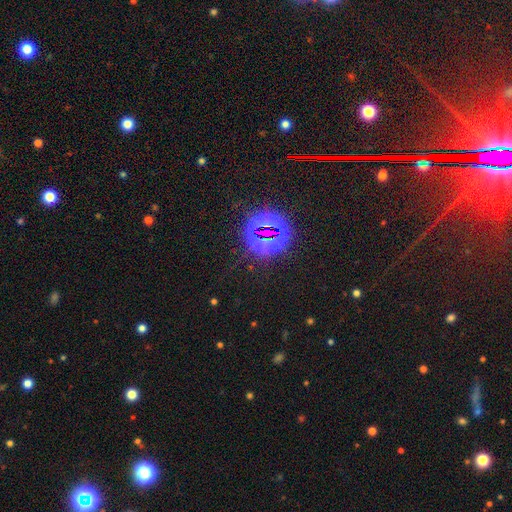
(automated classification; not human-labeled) Q: Smooth or featured?
A: star or artifact (83%); runner-up: smooth (10%)